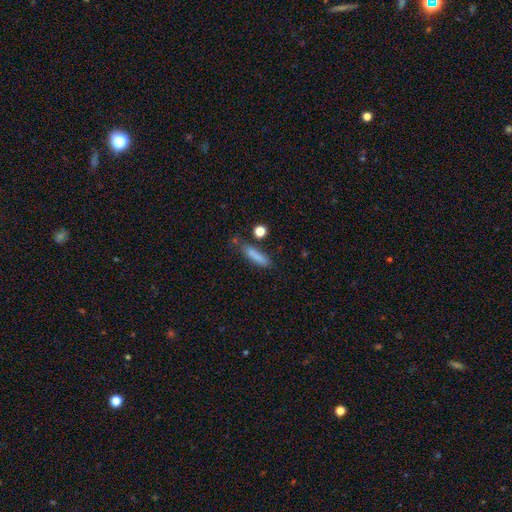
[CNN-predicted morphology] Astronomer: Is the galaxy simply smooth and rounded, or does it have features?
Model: smooth — 82%.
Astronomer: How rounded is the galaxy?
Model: cigar-shaped — 75%.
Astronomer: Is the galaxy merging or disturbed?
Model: none — 70%.